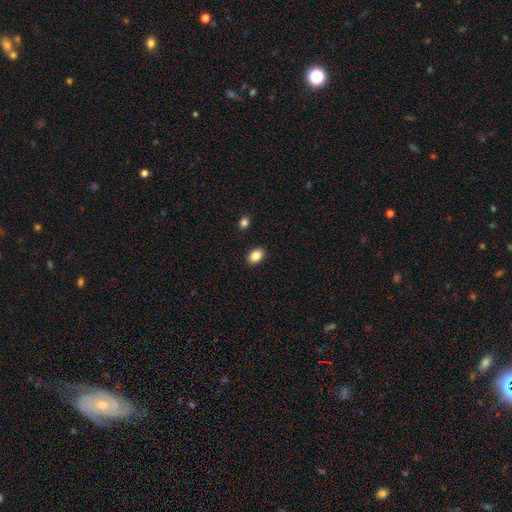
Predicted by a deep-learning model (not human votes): Q: Smooth or featured?
A: smooth (87%); runner-up: star or artifact (8%)
Q: How rounded?
A: in between (83%); runner-up: round (16%)
Q: Merging?
A: none (89%); runner-up: minor disturbance (7%)